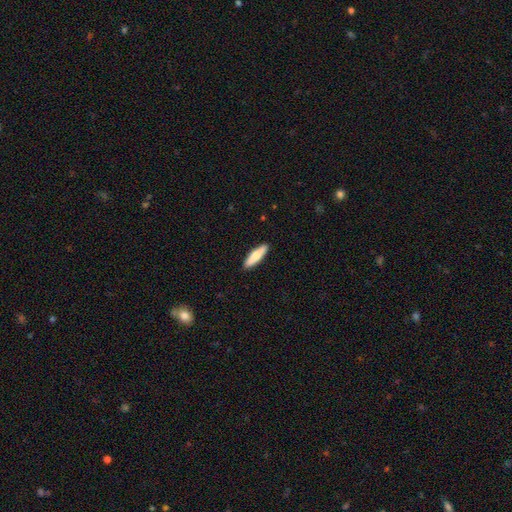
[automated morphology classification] A smooth galaxy with no disk features (74%) that is cigar-shaped (71%).

Vote fractions:
- Smooth or featured? smooth: 74% / featured or disk: 21% / star or artifact: 5%
- How rounded? cigar-shaped: 71% / in between: 28% / round: 2%
- Merging? none: 91% / minor disturbance: 7% / major disturbance: 1% / merger: 1%